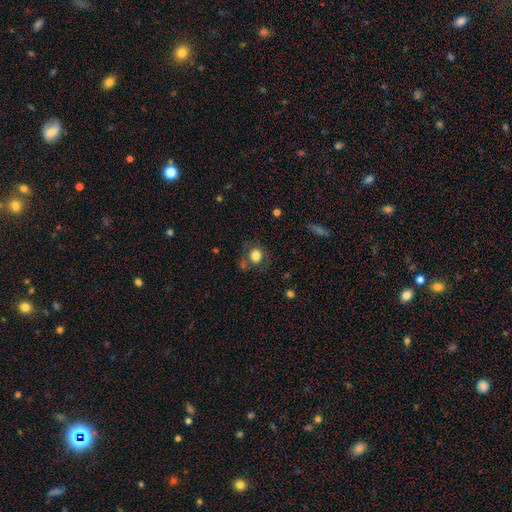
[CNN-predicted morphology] Q: Smooth or featured?
A: smooth (76%); runner-up: featured or disk (14%)
Q: How rounded?
A: round (79%); runner-up: in between (20%)
Q: Merging?
A: none (67%); runner-up: minor disturbance (16%)